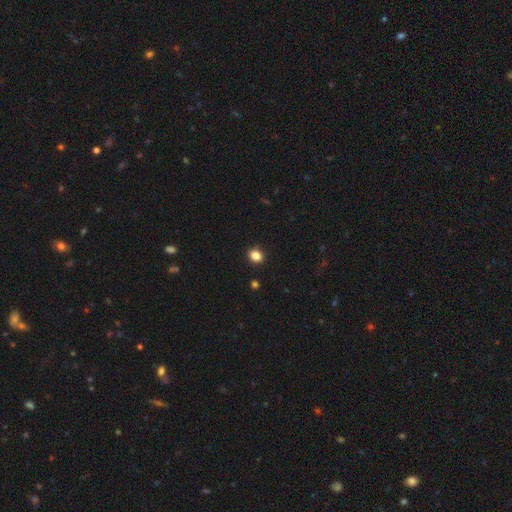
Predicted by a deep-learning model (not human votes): smooth-or-featured: smooth: 86% | star or artifact: 10% | featured or disk: 4%
  how-rounded: in between: 53% | round: 46% | cigar-shaped: 1%
  merging: none: 89% | minor disturbance: 8% | major disturbance: 2% | merger: 1%